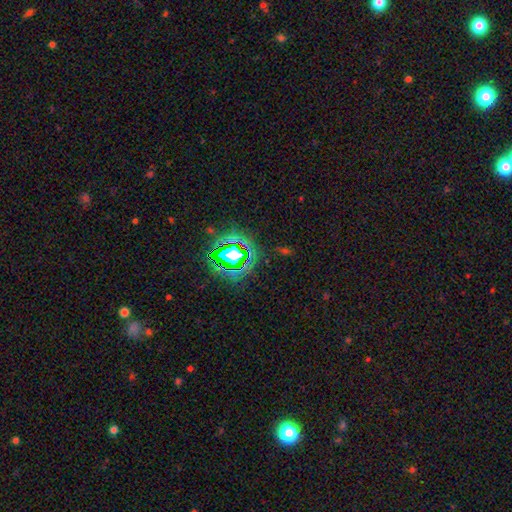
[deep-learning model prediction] Smooth or featured? Predicted: star or artifact (p=0.79).